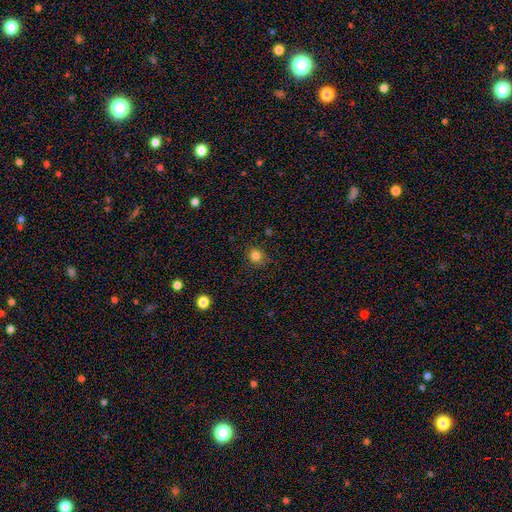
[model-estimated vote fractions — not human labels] This is clearly a smooth galaxy (82%). How rounded: clearly round (84%). Merging: clearly none (85%).